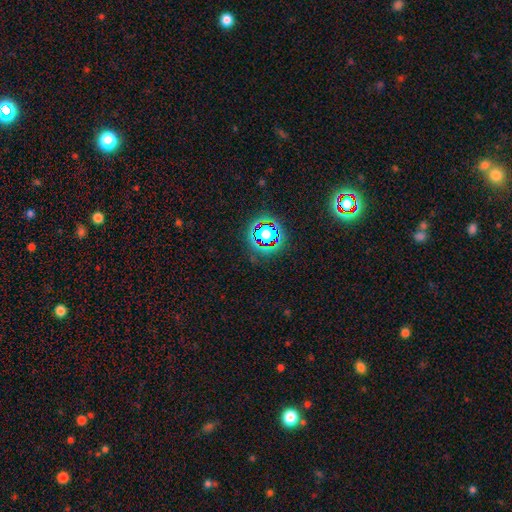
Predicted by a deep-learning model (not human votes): A star or artifact, not a galaxy (78%).